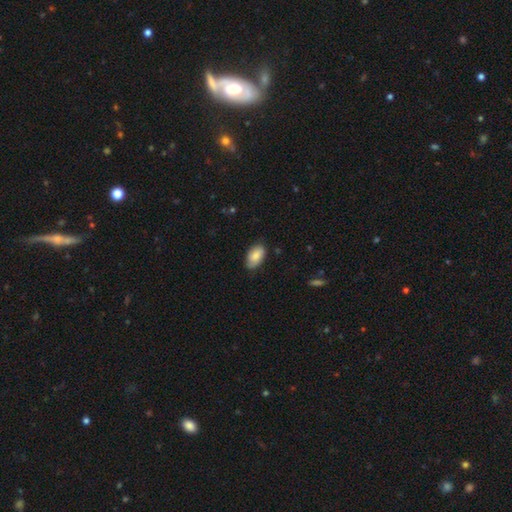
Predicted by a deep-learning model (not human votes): Q: Smooth or featured?
A: smooth (84%); runner-up: featured or disk (10%)
Q: How rounded?
A: in between (94%); runner-up: round (5%)
Q: Merging?
A: none (75%); runner-up: minor disturbance (21%)